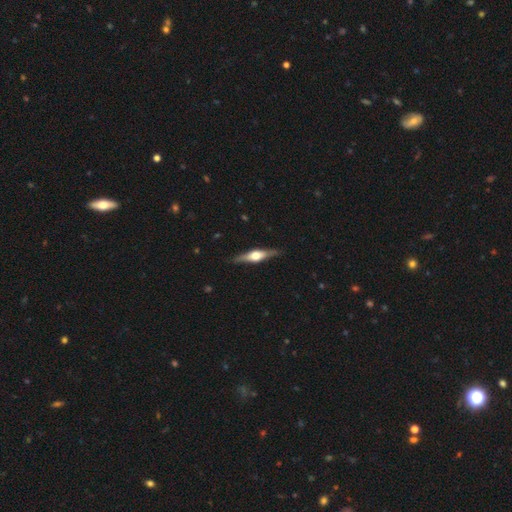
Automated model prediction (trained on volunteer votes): smooth_or_featured: featured or disk (p=0.73) [alt: smooth p=0.21]
disk_edge_on: yes (p=0.97) [alt: no p=0.03]
edge_on_bulge: rounded (p=0.90) [alt: boxy p=0.08]
merging: none (p=0.87) [alt: minor disturbance p=0.10]